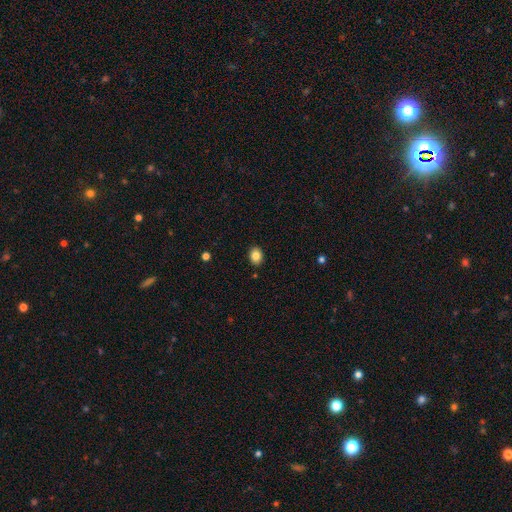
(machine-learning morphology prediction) smooth-or-featured: smooth: 85% | star or artifact: 9% | featured or disk: 6%
  how-rounded: in between: 59% | round: 40% | cigar-shaped: 1%
  merging: none: 89% | minor disturbance: 8% | major disturbance: 2% | merger: 1%